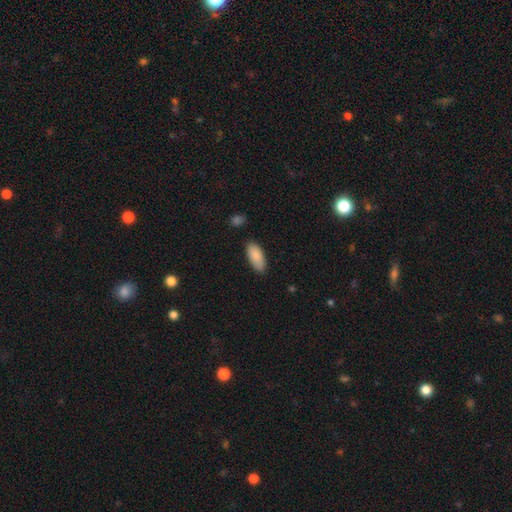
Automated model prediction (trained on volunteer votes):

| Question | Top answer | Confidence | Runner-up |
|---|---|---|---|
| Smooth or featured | smooth | 89% | star or artifact (6%) |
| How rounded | in between | 88% | cigar-shaped (11%) |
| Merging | none | 83% | minor disturbance (13%) |